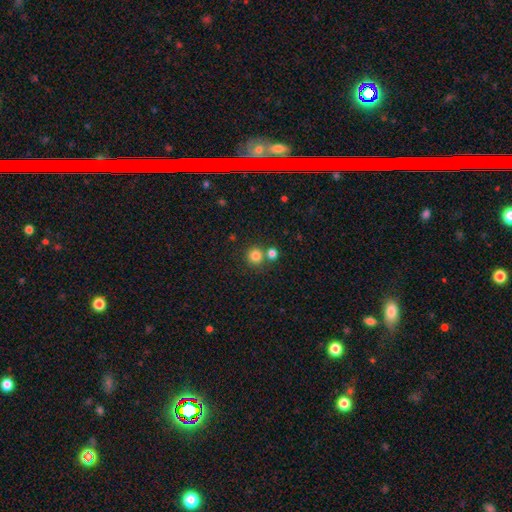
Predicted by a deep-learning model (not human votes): smooth 82%, star or artifact 13%, featured or disk 6%. Down the decision tree: how rounded — round (94%); merging — none (72%).